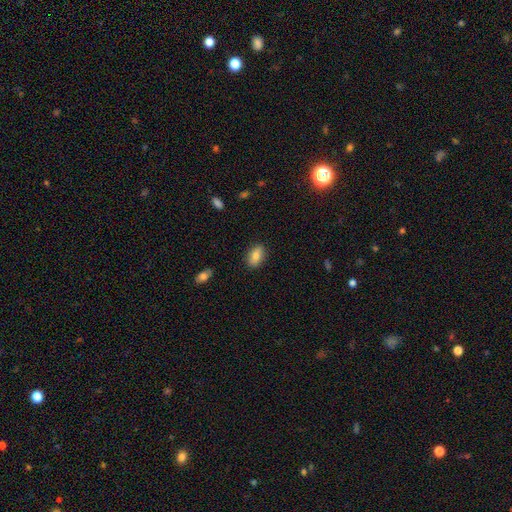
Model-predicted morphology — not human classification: This is likely a smooth galaxy (80%). How rounded: clearly in between (88%). Merging: clearly none (87%).